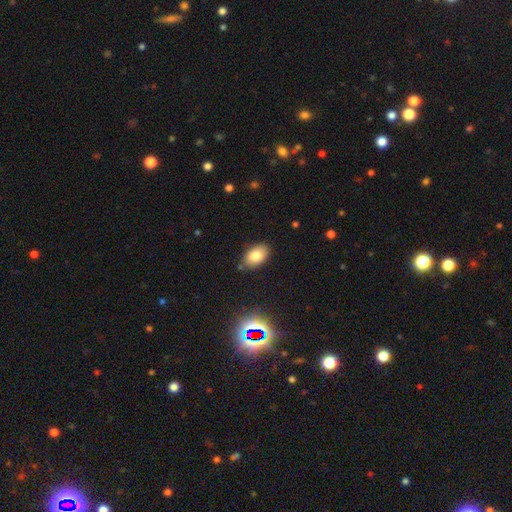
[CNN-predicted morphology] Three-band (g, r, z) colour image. It shows a smooth galaxy with no disk features (80%) that is in between round and cigar-shaped (90%). Merging: none (83%).